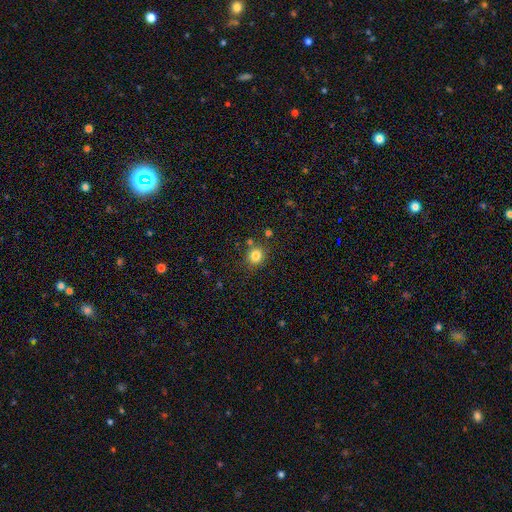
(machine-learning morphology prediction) Smooth or featured?
  - smooth: 82% *
  - star or artifact: 12%
  - featured or disk: 5%
How rounded?
  - round: 87% *
  - in between: 12%
  - cigar-shaped: 1%
Merging?
  - none: 79% *
  - minor disturbance: 11%
  - merger: 7%
  - major disturbance: 3%